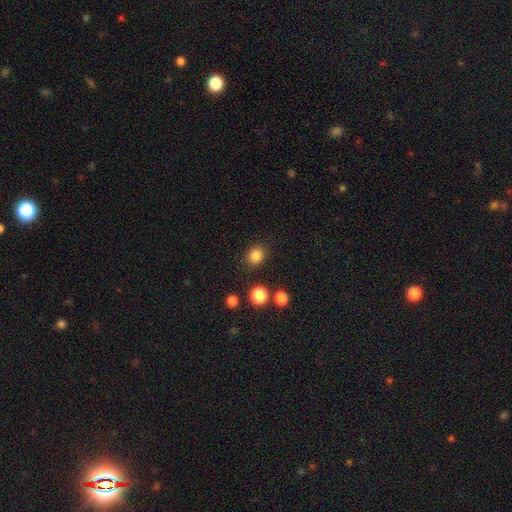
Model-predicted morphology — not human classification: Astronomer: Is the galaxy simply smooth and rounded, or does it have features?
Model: smooth — 85%.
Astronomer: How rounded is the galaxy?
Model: round — 66%.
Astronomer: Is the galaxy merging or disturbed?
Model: none — 86%.